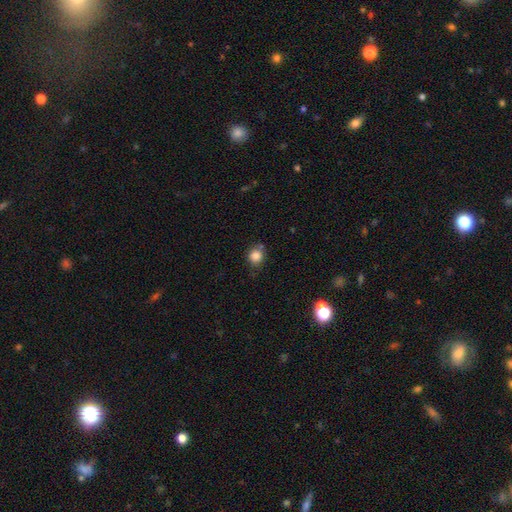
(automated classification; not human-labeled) Smooth or featured?
  - smooth: 84% *
  - star or artifact: 11%
  - featured or disk: 5%
How rounded?
  - round: 82% *
  - in between: 17%
  - cigar-shaped: 1%
Merging?
  - none: 73% *
  - minor disturbance: 17%
  - merger: 6%
  - major disturbance: 4%